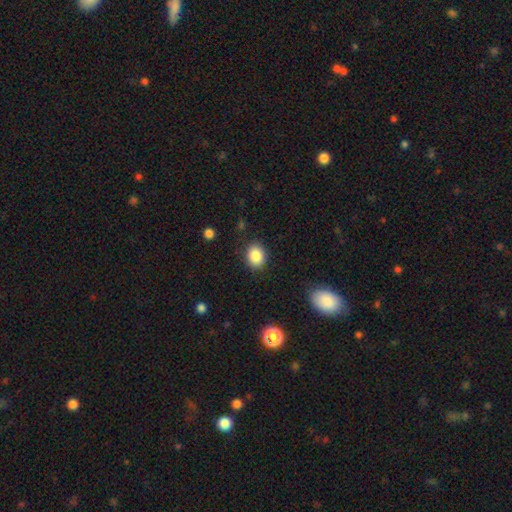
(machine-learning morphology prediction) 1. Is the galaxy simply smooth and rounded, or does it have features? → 86% smooth, 9% star or artifact, 5% featured or disk.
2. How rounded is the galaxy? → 53% round, 46% in between, 1% cigar-shaped.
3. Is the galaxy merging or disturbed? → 87% none, 9% minor disturbance, 3% major disturbance, 1% merger.